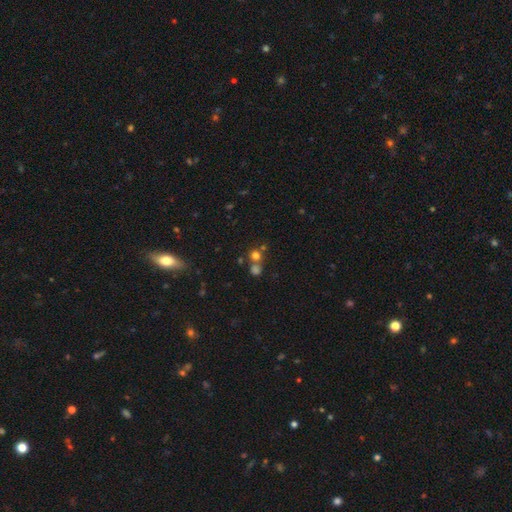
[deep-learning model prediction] A smooth galaxy with no disk features (67%) that is round (90%).

Vote fractions:
- Smooth or featured? smooth: 67% / star or artifact: 24% / featured or disk: 9%
- How rounded? round: 90% / in between: 9% / cigar-shaped: 1%
- Merging? none: 60% / merger: 30% / minor disturbance: 6% / major disturbance: 4%